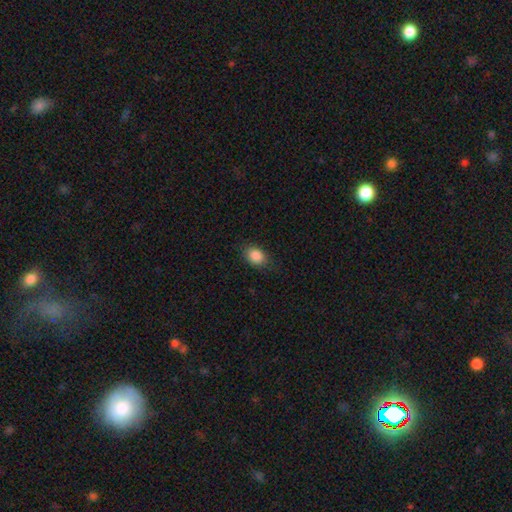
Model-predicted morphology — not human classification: A smooth galaxy with no disk features (87%) that is in between round and cigar-shaped (70%). Merging: none (81%).